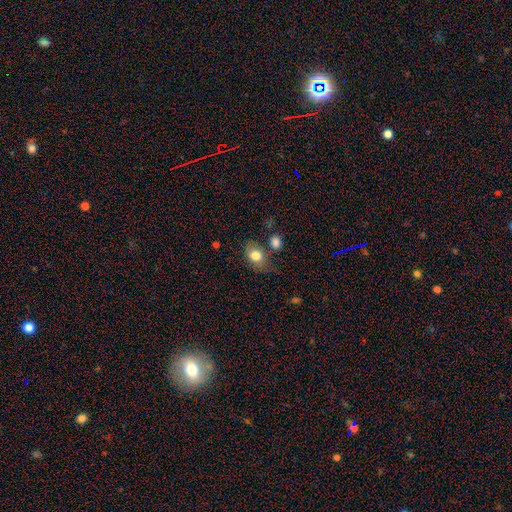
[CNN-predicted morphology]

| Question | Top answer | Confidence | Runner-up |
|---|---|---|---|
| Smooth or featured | smooth | 78% | featured or disk (14%) |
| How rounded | in between | 76% | round (22%) |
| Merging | none | 54% | minor disturbance (25%) |